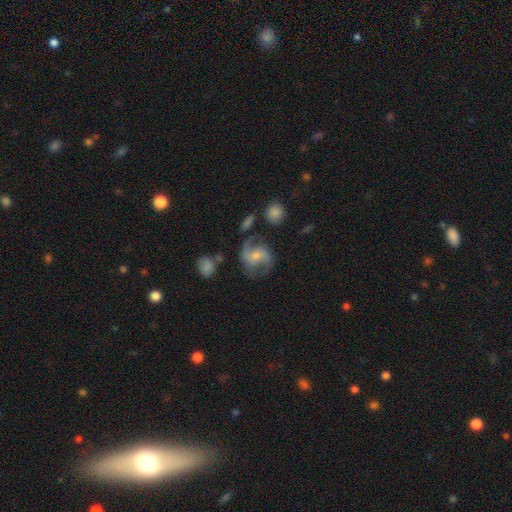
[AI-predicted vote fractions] This is likely a featured or disk galaxy (77%). It is clearly not viewed edge-on (98%). Bar: possibly no (49%). Spiral arm pattern: clearly yes (94%). Spiral arm count: clearly 2 (84%). Spiral winding: possibly medium (49%). Central bulge: possibly small (51%). Merging: likely none (63%).